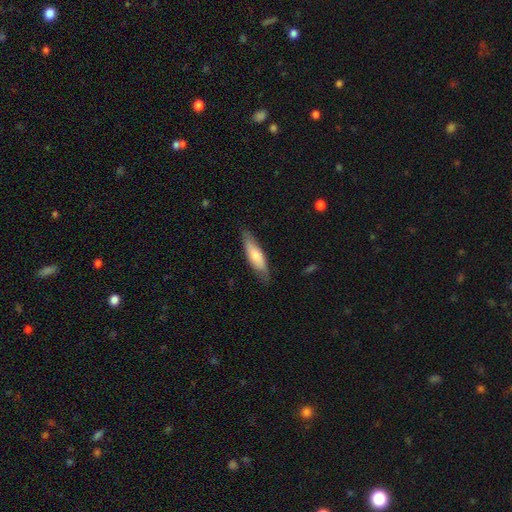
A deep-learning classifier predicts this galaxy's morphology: This appears to be a smooth galaxy with no disk features (70%) that is cigar-shaped (61%). Merging: none (79%).